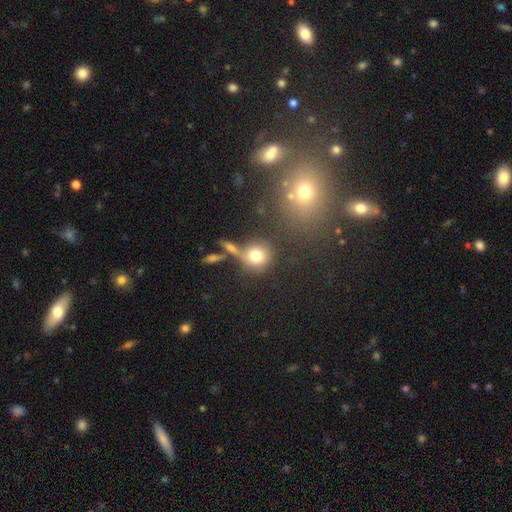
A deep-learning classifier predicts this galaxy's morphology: A smooth galaxy with no disk features (75%) that is round (85%).

Vote fractions:
- Smooth or featured? smooth: 75% / star or artifact: 14% / featured or disk: 12%
- How rounded? round: 85% / in between: 13% / cigar-shaped: 2%
- Merging? none: 57% / merger: 23% / minor disturbance: 12% / major disturbance: 8%